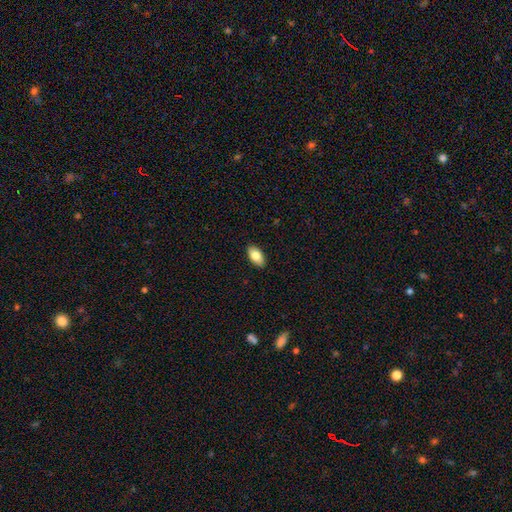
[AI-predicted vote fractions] The model was most divided on "smooth or featured": smooth: 83%, featured or disk: 11%, star or artifact: 7%. More confident: how rounded — in between (94%); merging — none (89%).